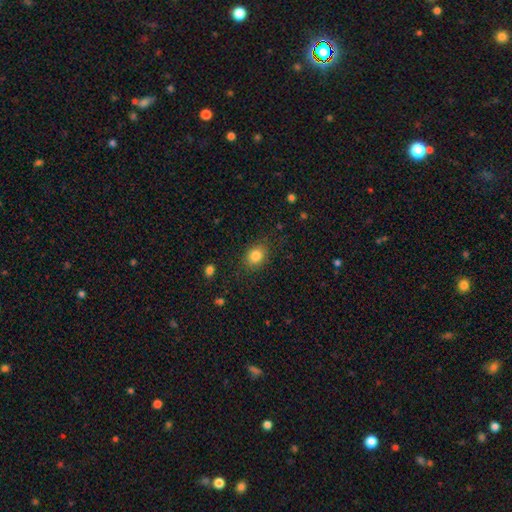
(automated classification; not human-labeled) Smooth or featured? smooth (84%)
How rounded? in between (51%)
Merging? none (82%)